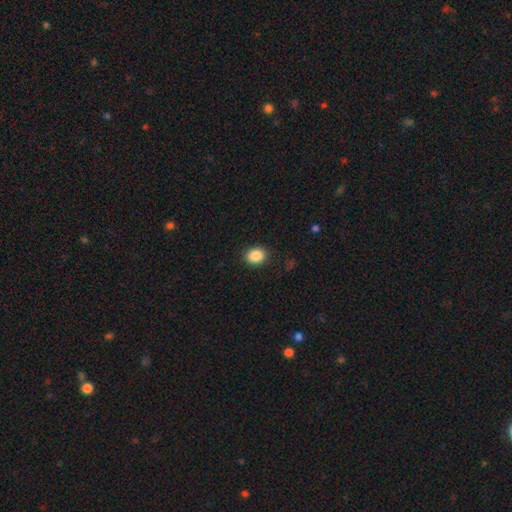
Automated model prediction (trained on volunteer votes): smooth_or_featured: smooth (p=0.88) [alt: star or artifact p=0.09]
how_rounded: round (p=0.52) [alt: in between p=0.47]
merging: none (p=0.88) [alt: minor disturbance p=0.08]